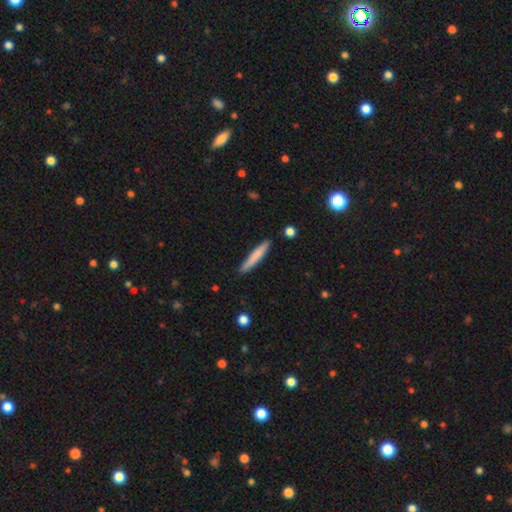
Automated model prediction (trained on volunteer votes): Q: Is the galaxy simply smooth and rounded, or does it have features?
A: smooth — 76%.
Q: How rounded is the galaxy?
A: cigar-shaped — 94%.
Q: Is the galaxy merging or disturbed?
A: none — 87%.